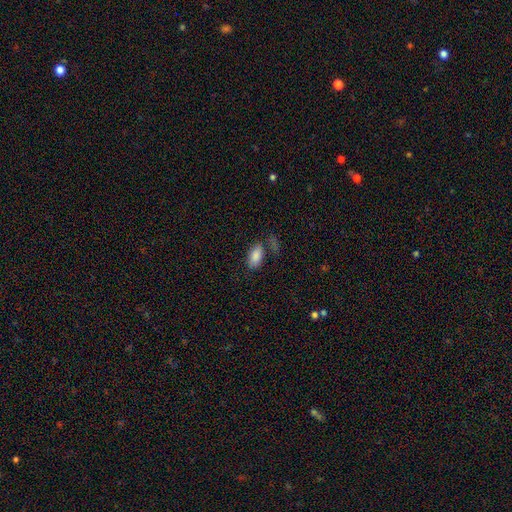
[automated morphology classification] Smooth or featured? smooth (85%)
How rounded? in between (92%)
Merging? none (64%)